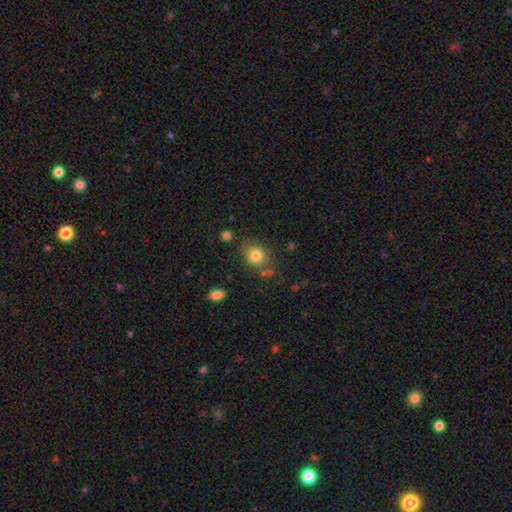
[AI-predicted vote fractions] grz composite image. It shows a smooth galaxy with no disk features (82%) that is round (77%). Merging: none (77%).